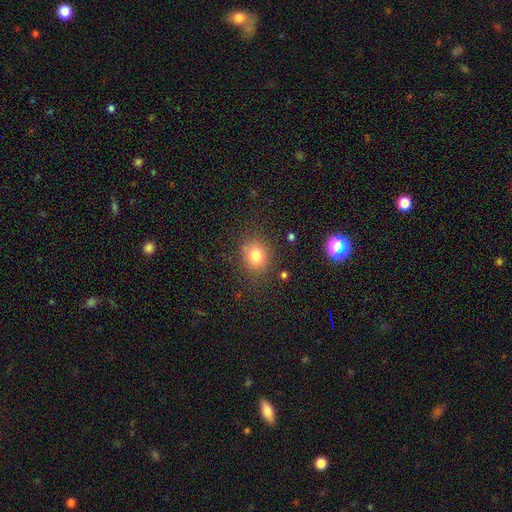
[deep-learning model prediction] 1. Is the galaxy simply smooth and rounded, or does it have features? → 79% smooth, 12% star or artifact, 9% featured or disk.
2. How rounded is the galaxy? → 67% round, 32% in between, 1% cigar-shaped.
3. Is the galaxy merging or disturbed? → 78% none, 14% minor disturbance, 5% major disturbance, 3% merger.